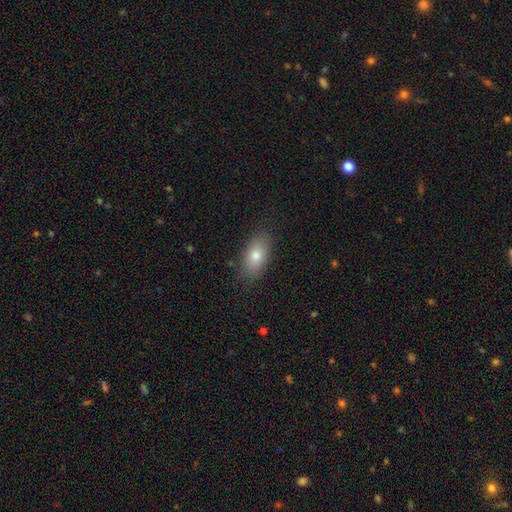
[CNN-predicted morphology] This is likely a smooth galaxy (78%). How rounded: clearly in between (89%). Merging: clearly none (85%).